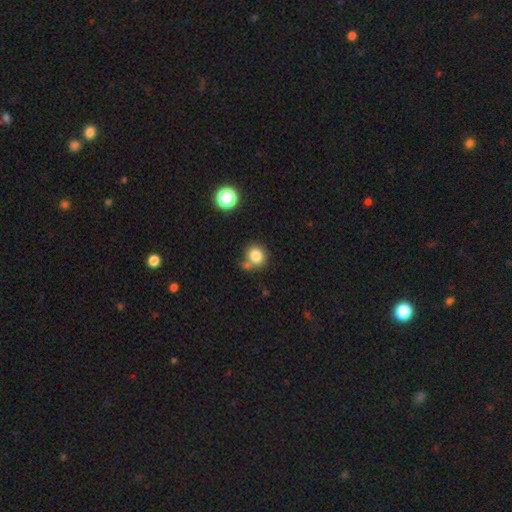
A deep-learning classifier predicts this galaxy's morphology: The model was most divided on "merging": none: 60%, merger: 19%, minor disturbance: 15%, major disturbance: 5%. More confident: how rounded — round (84%); smooth or featured — smooth (82%).